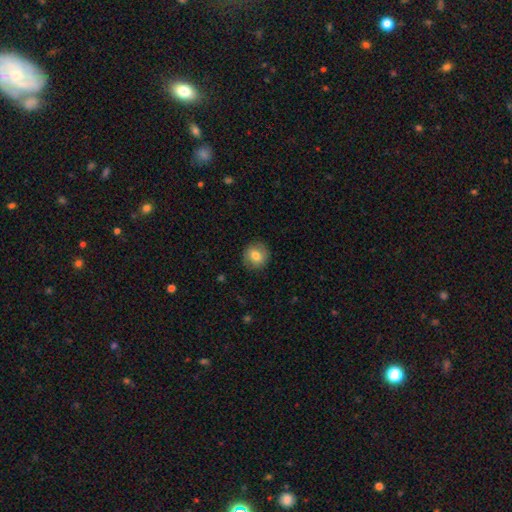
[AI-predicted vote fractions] Smooth or featured? Predicted: smooth (p=0.75). How rounded? Predicted: round (p=0.88). Merging? Predicted: none (p=0.88).